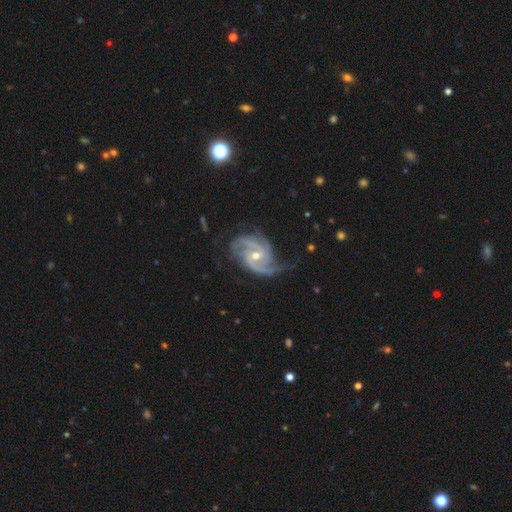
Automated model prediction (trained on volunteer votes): smooth-or-featured: featured or disk: 92% | star or artifact: 5% | smooth: 3%
  disk-edge-on: no: 98% | yes: 2%
    bar: no: 50% | weak: 36% | strong: 14%
    has-spiral-arms: yes: 98% | no: 2%
      spiral-winding: medium: 47% | tight: 40% | loose: 13%
      spiral-arm-count: 3: 40% | 2: 33% | 4: 9% | can't tell: 9% | 1: 5% | more than 4: 5%
    bulge-size: moderate: 52% | small: 45% | large: 1% | none: 1% | dominant: 1%
  merging: none: 64% | minor disturbance: 23% | major disturbance: 12% | merger: 2%